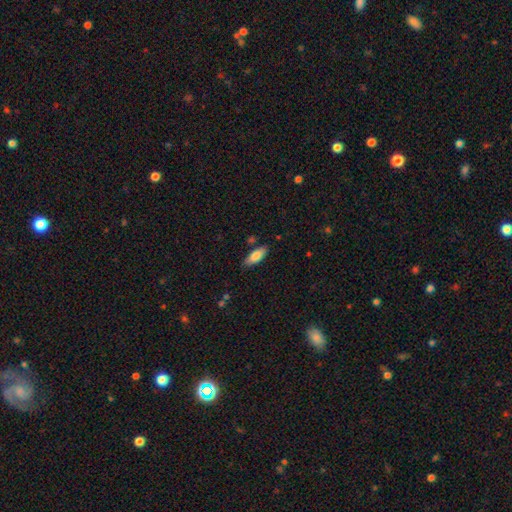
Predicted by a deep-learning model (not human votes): This is clearly a smooth galaxy (81%). How rounded: likely in between (76%). Merging: likely none (79%).